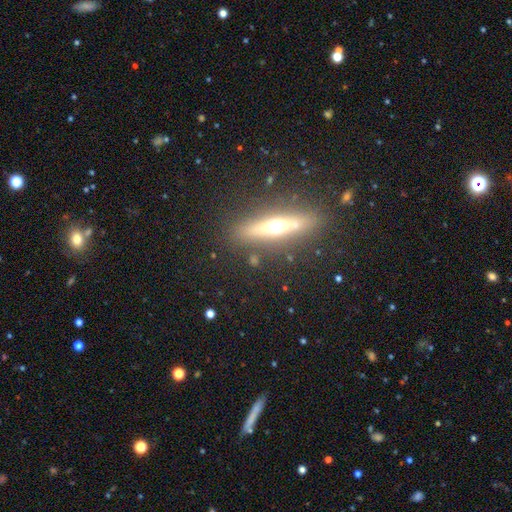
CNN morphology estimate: featured or disk 67%, smooth 22%, star or artifact 12%. Down the decision tree: edge-on disk — yes (93%); edge-on bulge — rounded (90%); merging — none (86%).